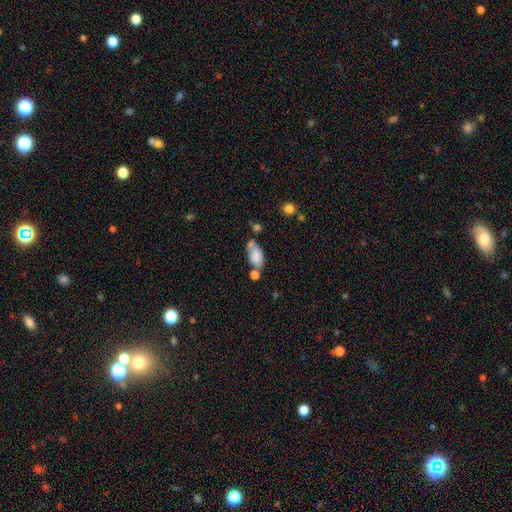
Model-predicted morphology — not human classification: This appears to be a smooth galaxy with no disk features (79%) that is in between round and cigar-shaped (90%). Merging: none (40%).